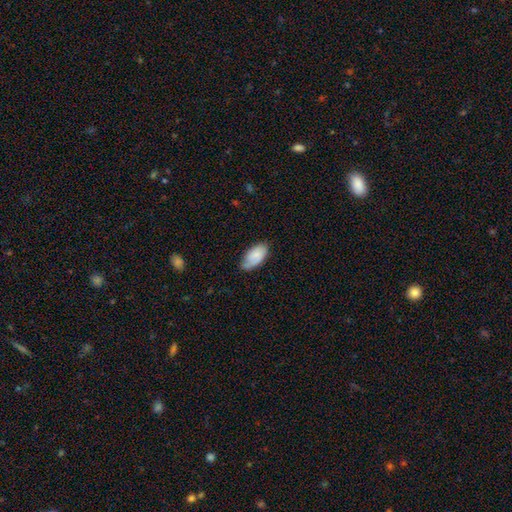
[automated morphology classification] smooth-or-featured: smooth: 74% | featured or disk: 19% | star or artifact: 7%
  how-rounded: in between: 94% | round: 3% | cigar-shaped: 3%
  merging: none: 66% | minor disturbance: 27% | major disturbance: 6% | merger: 1%